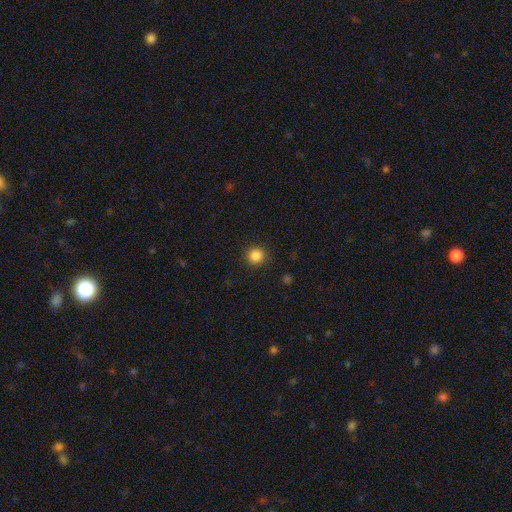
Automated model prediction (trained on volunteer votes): smooth 86%, star or artifact 11%, featured or disk 3%. Down the decision tree: how rounded — round (95%); merging — none (91%).